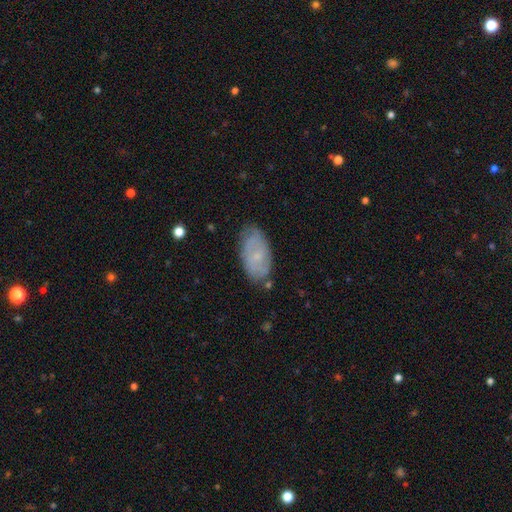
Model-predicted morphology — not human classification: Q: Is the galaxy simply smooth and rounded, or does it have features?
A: featured or disk — 47%.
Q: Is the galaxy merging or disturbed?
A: none — 73%.